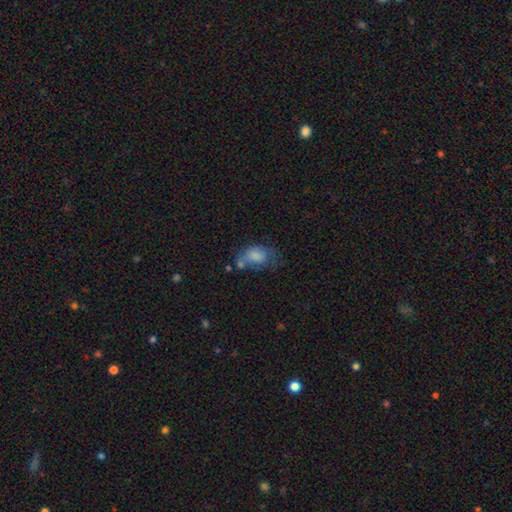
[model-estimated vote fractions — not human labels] The model was most divided on "merging": none: 32%, minor disturbance: 28%, major disturbance: 26%, merger: 14%. More confident: how rounded — in between (82%); smooth or featured — smooth (70%).